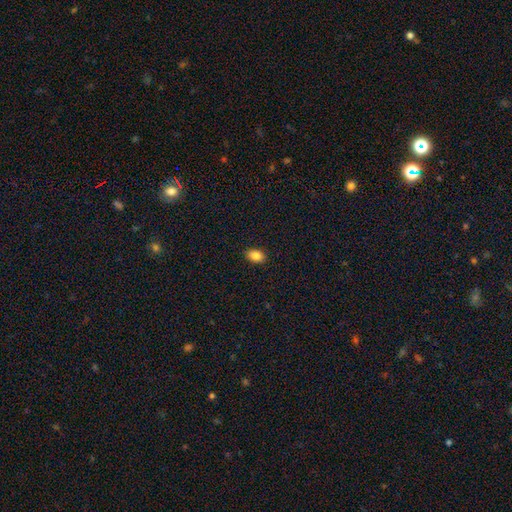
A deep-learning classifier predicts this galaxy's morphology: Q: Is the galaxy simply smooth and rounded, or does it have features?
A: smooth — 86%.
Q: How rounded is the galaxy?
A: in between — 81%.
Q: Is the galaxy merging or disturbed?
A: none — 89%.